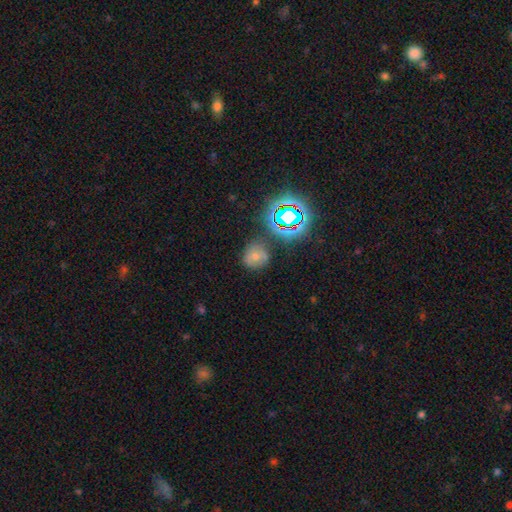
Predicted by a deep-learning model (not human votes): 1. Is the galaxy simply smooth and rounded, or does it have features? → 59% smooth, 23% star or artifact, 18% featured or disk.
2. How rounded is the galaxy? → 77% round, 22% in between, 1% cigar-shaped.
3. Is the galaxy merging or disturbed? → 67% none, 19% minor disturbance, 7% merger, 7% major disturbance.